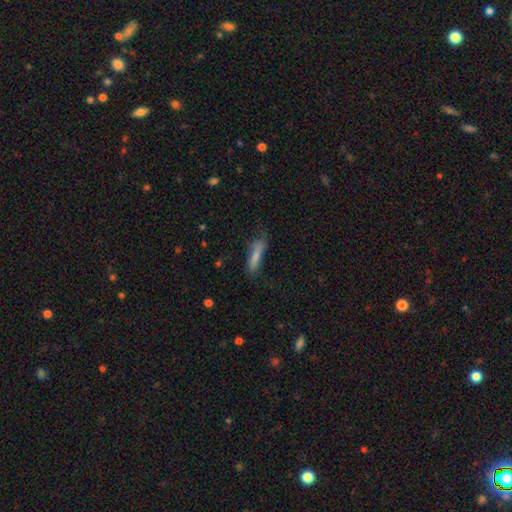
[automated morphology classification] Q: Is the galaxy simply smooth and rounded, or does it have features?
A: smooth — 76%.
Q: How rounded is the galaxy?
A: cigar-shaped — 81%.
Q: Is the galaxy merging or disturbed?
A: none — 59%.